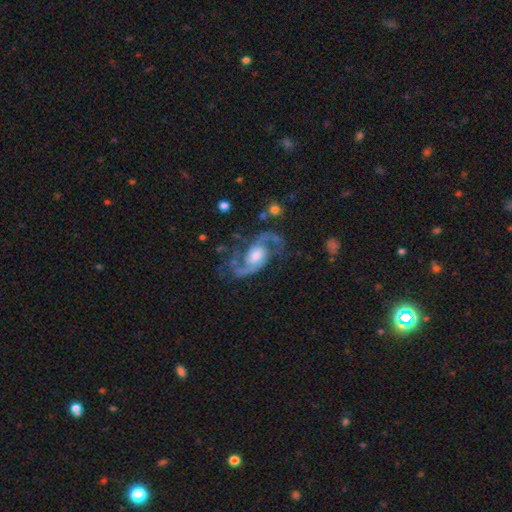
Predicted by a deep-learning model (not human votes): Q: Smooth or featured?
A: featured or disk (92%); runner-up: star or artifact (5%)
Q: Edge-on disk?
A: no (97%); runner-up: yes (3%)
Q: Bar?
A: no (55%); runner-up: weak (35%)
Q: Spiral arms?
A: yes (98%); runner-up: no (2%)
Q: Spiral winding?
A: medium (56%); runner-up: loose (32%)
Q: Spiral arm count?
A: 2 (93%); runner-up: can't tell (2%)
Q: Bulge size?
A: moderate (49%); runner-up: large (25%)
Q: Merging?
A: none (69%); runner-up: minor disturbance (17%)